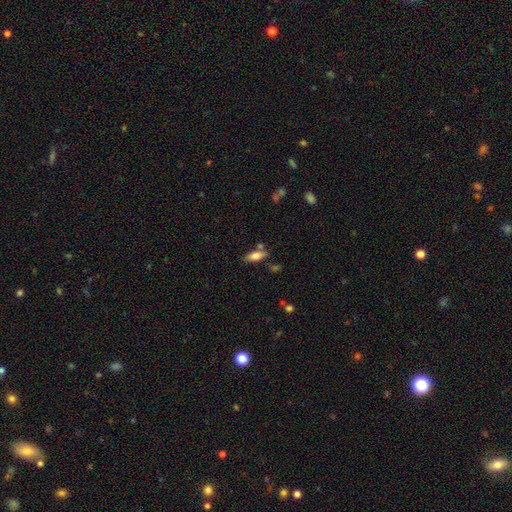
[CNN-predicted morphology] smooth-or-featured: smooth: 73% | featured or disk: 20% | star or artifact: 7%
  how-rounded: in between: 71% | cigar-shaped: 27% | round: 2%
  merging: none: 69% | minor disturbance: 16% | merger: 11% | major disturbance: 4%